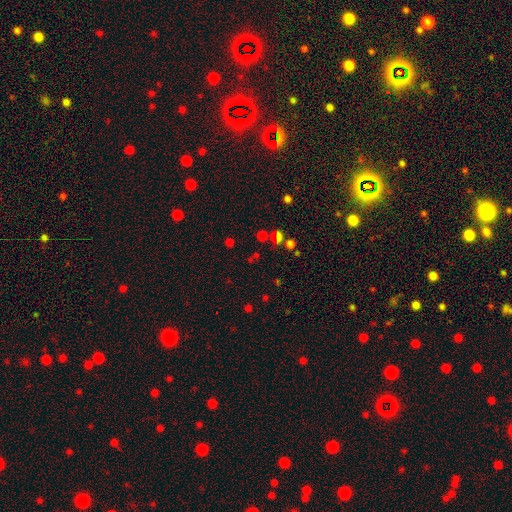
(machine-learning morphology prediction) This is possibly a star or artifact rather than a galaxy (49%).